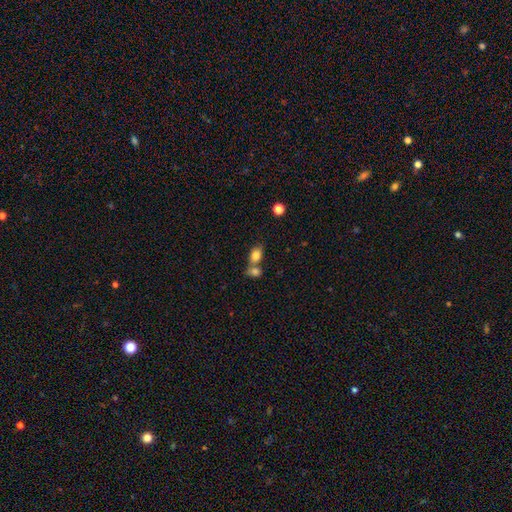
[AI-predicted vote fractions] A smooth galaxy with no disk features (82%) that is in between round and cigar-shaped (78%).

Vote fractions:
- Smooth or featured? smooth: 82% / star or artifact: 9% / featured or disk: 9%
- How rounded? in between: 78% / round: 20% / cigar-shaped: 2%
- Merging? merger: 47% / none: 39% / minor disturbance: 10% / major disturbance: 4%